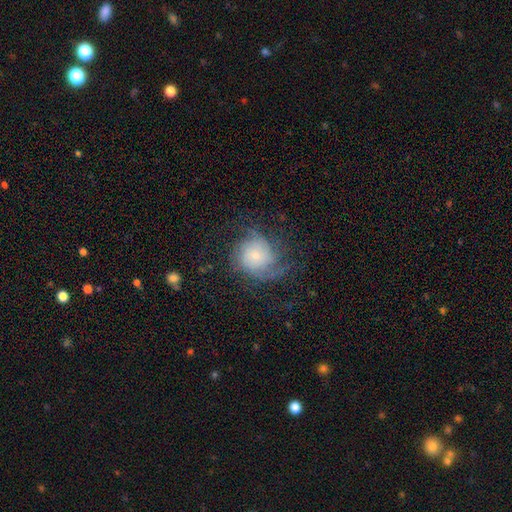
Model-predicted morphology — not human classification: This appears to be a featured or disk galaxy (60%) with no bar (78%), medium (38%) spiral arms (88%) and a small central bulge (61%). Merging: none (56%).